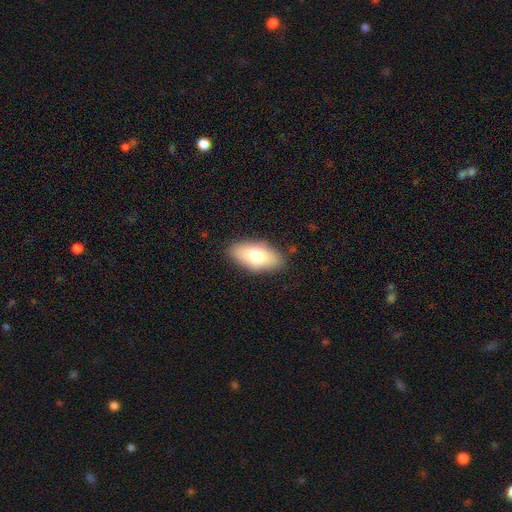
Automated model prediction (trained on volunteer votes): smooth-or-featured: smooth: 72% | featured or disk: 21% | star or artifact: 7%
  how-rounded: in between: 91% | cigar-shaped: 5% | round: 4%
  merging: none: 85% | minor disturbance: 11% | major disturbance: 3% | merger: 1%